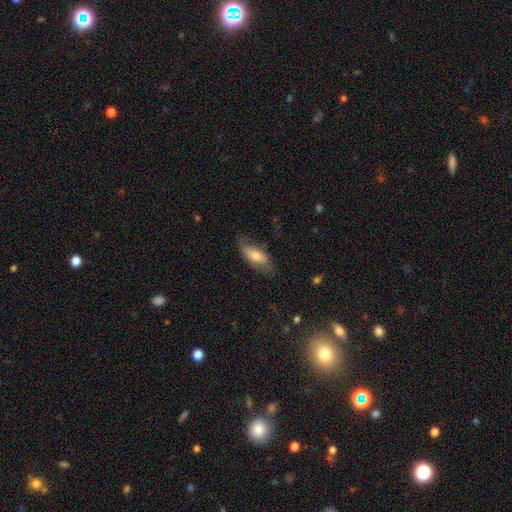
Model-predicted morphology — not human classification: This is likely a smooth galaxy (61%). How rounded: likely in between (79%). Merging: possibly none (59%).